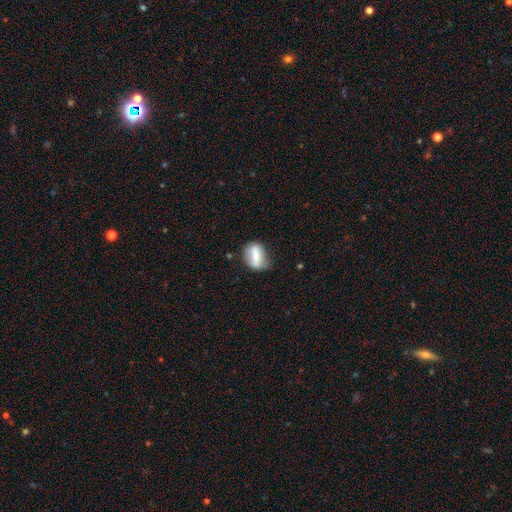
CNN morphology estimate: A smooth galaxy with no disk features (58%) that is in between round and cigar-shaped (66%). Merging: none (64%).